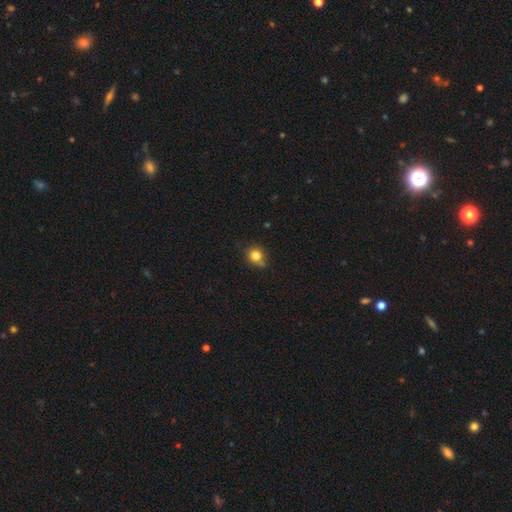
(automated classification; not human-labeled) Smooth or featured? Predicted: smooth (p=0.82). How rounded? Predicted: round (p=0.79). Merging? Predicted: none (p=0.65).